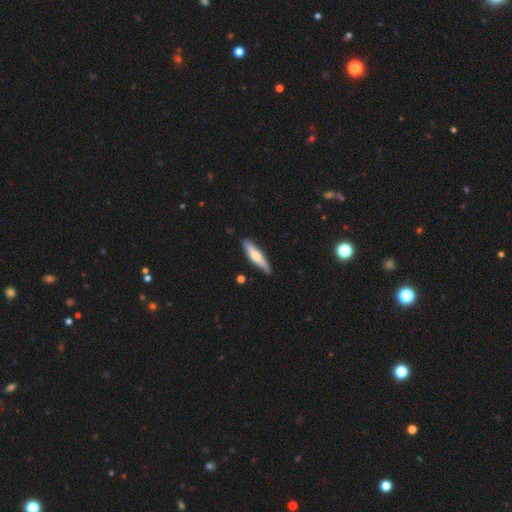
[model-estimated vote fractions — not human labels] A smooth galaxy with no disk features (63%) that is cigar-shaped (79%). Merging: none (86%).